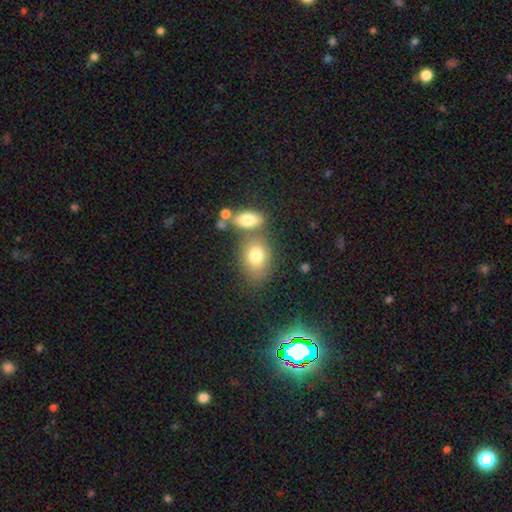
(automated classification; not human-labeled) Morphology: type=smooth (78%); roundness=in between (69%); merging=none (55%).